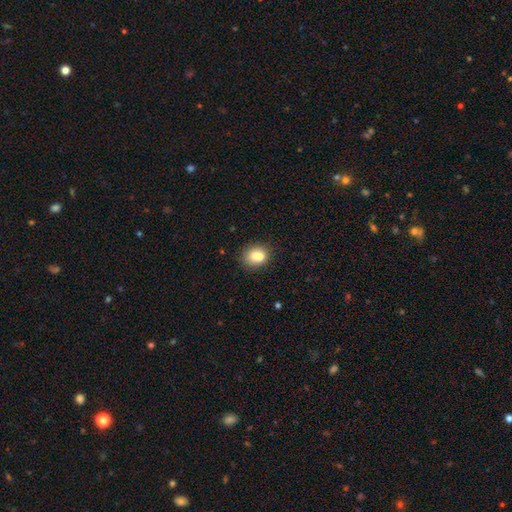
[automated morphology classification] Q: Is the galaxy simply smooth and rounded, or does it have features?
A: smooth — 75%.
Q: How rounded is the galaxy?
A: round — 58%.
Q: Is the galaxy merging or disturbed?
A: none — 59%.